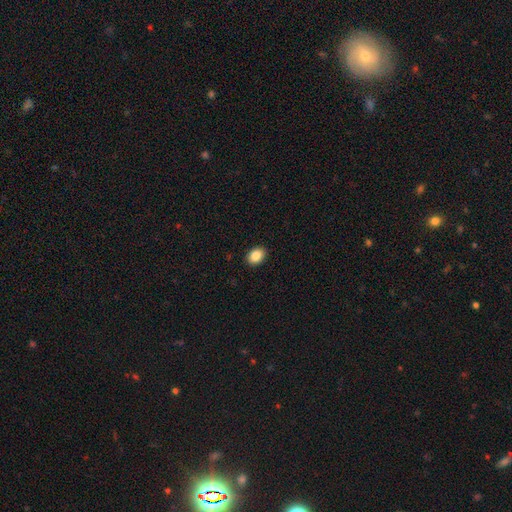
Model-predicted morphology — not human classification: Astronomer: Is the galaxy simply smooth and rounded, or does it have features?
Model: smooth — 88%.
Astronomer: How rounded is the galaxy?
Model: in between — 72%.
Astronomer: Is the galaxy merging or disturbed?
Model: none — 91%.